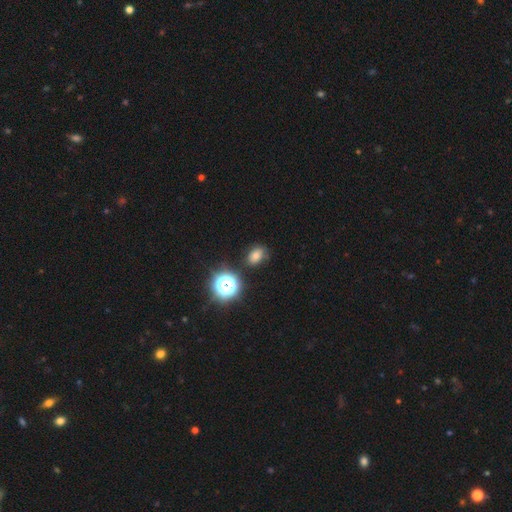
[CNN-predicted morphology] Smooth or featured?
  - smooth: 70% *
  - star or artifact: 21%
  - featured or disk: 9%
How rounded?
  - in between: 70% *
  - round: 29%
  - cigar-shaped: 1%
Merging?
  - none: 77% *
  - minor disturbance: 15%
  - major disturbance: 4%
  - merger: 4%